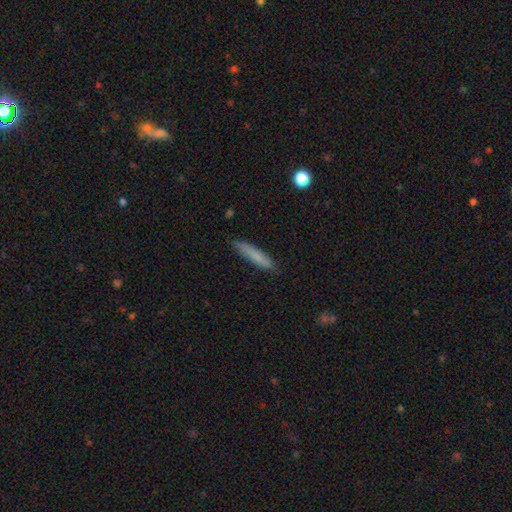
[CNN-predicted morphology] Overall: smooth (78%). How rounded: cigar-shaped (89%). Merging: none (84%).